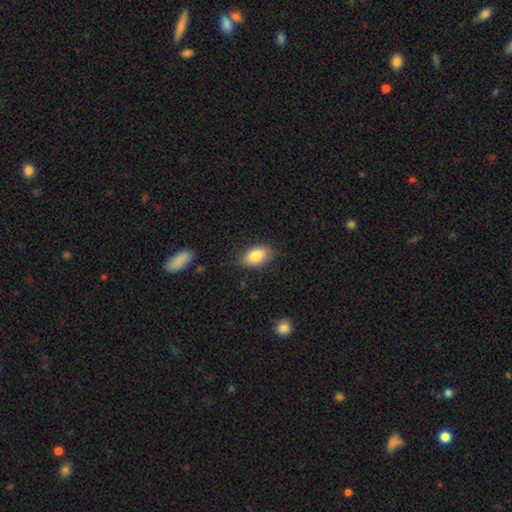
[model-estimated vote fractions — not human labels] Smooth or featured?
  - smooth: 83% *
  - featured or disk: 10%
  - star or artifact: 7%
How rounded?
  - in between: 90% *
  - round: 7%
  - cigar-shaped: 3%
Merging?
  - none: 83% *
  - minor disturbance: 13%
  - major disturbance: 3%
  - merger: 1%